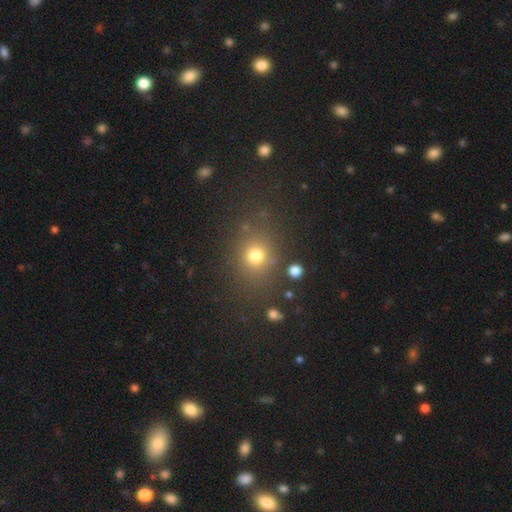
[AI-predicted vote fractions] Smooth or featured? smooth (74%)
How rounded? round (71%)
Merging? none (77%)